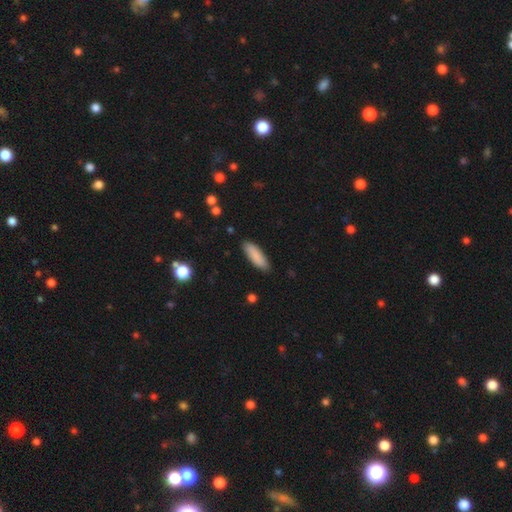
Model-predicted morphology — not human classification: A smooth galaxy with no disk features (87%) that is in between round and cigar-shaped (51%). Merging: none (88%).